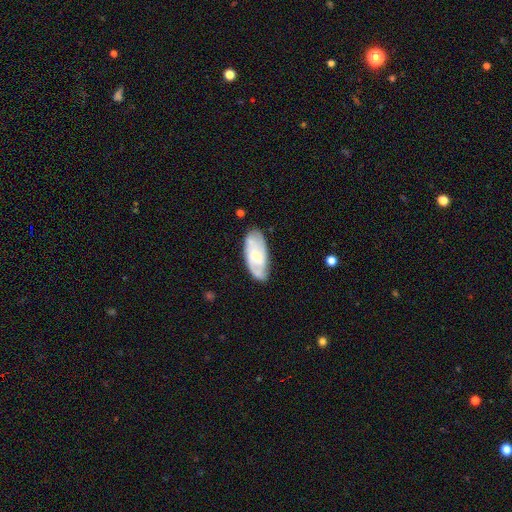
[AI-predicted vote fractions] This is likely a featured or disk galaxy (62%). It is clearly not viewed edge-on (92%). Bar: possibly no (55%). Spiral arm pattern: clearly yes (86%). Central bulge: possibly small (53%). Merging: likely none (74%).